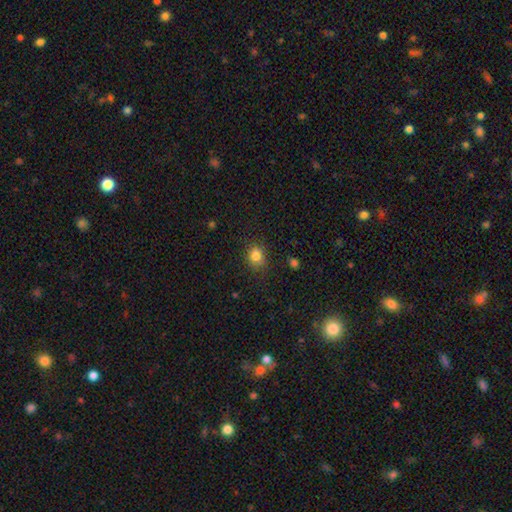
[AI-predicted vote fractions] This is clearly a smooth galaxy (83%). How rounded: likely round (65%). Merging: likely none (77%).